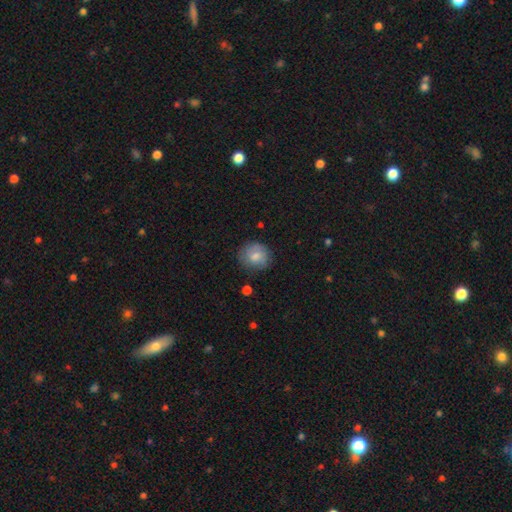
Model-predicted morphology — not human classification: Smooth or featured? Predicted: smooth (p=0.74). How rounded? Predicted: round (p=0.81). Merging? Predicted: none (p=0.77).